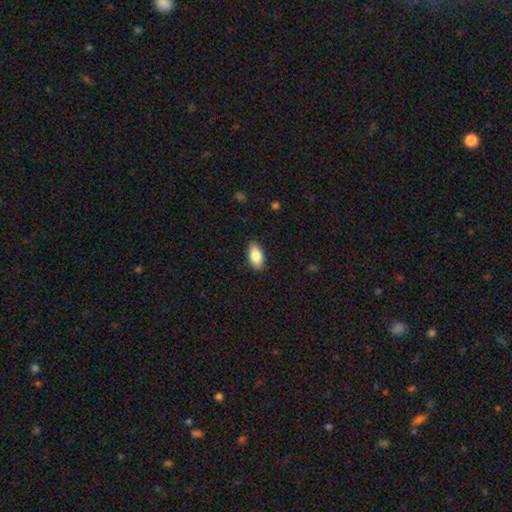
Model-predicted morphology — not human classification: A smooth galaxy with no disk features (85%) that is in between round and cigar-shaped (92%).

Vote fractions:
- Smooth or featured? smooth: 85% / featured or disk: 9% / star or artifact: 7%
- How rounded? in between: 92% / cigar-shaped: 5% / round: 3%
- Merging? none: 86% / minor disturbance: 11% / major disturbance: 2% / merger: 1%